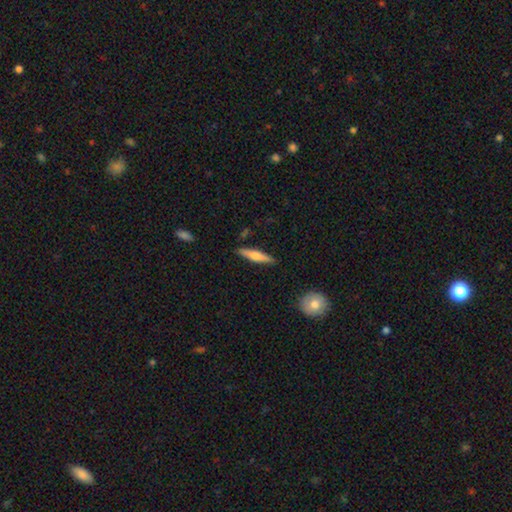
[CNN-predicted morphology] Q: Smooth or featured?
A: smooth (59%); runner-up: featured or disk (35%)
Q: How rounded?
A: cigar-shaped (86%); runner-up: in between (12%)
Q: Merging?
A: none (88%); runner-up: minor disturbance (8%)